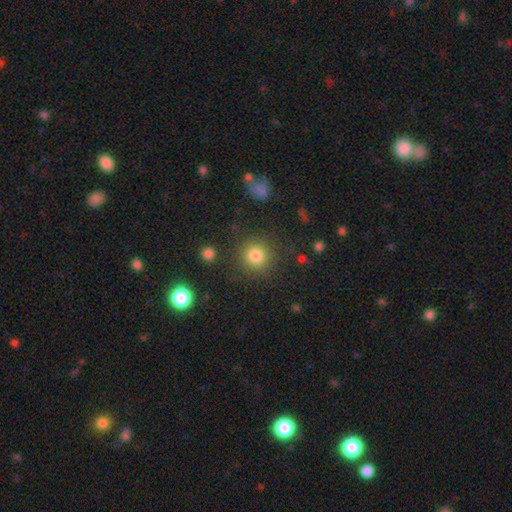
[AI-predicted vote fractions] Smooth or featured?
  - smooth: 81% *
  - star or artifact: 13%
  - featured or disk: 6%
How rounded?
  - round: 92% *
  - in between: 7%
  - cigar-shaped: 1%
Merging?
  - none: 84% *
  - minor disturbance: 8%
  - major disturbance: 4%
  - merger: 3%